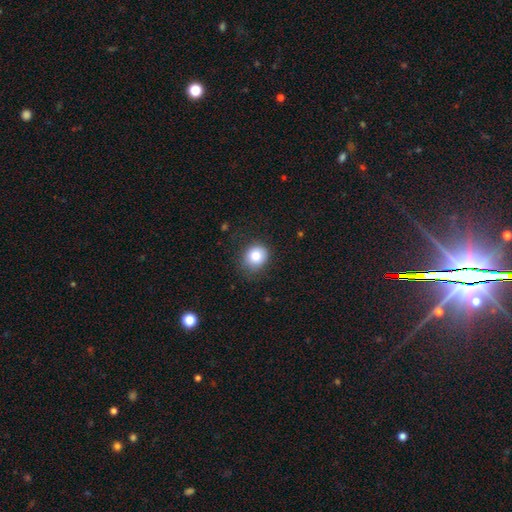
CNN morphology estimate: type=smooth (81%); roundness=round (77%); merging=none (78%).